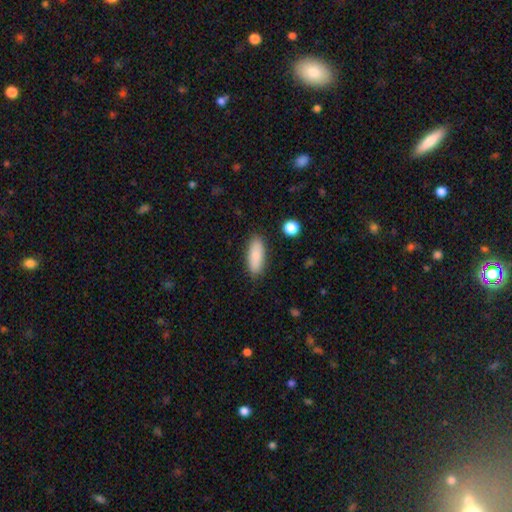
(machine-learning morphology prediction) Smooth or featured? smooth (85%)
How rounded? in between (72%)
Merging? none (86%)